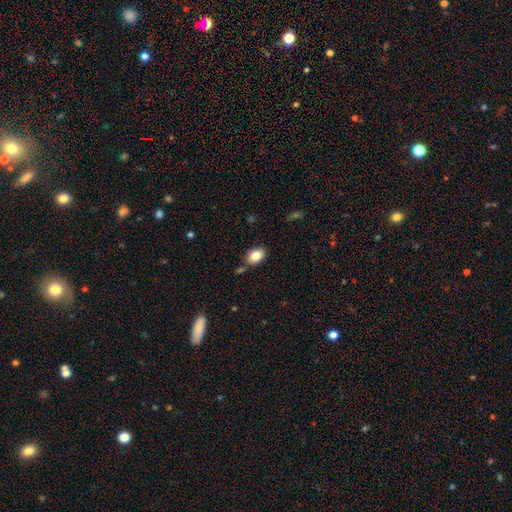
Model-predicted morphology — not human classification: Smooth or featured? smooth (84%)
How rounded? in between (81%)
Merging? none (80%)